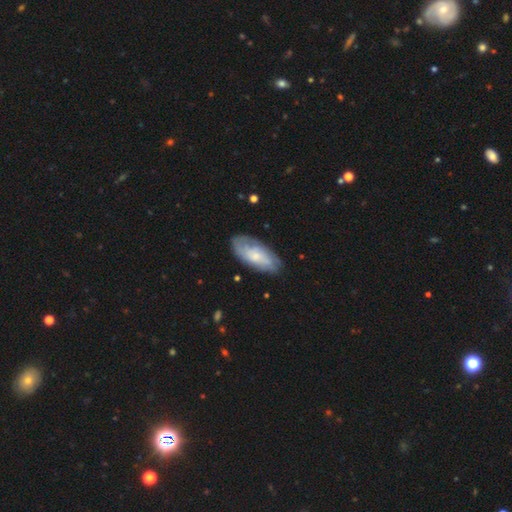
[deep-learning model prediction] Smooth or featured?
  - featured or disk: 51% *
  - smooth: 43%
  - star or artifact: 6%
Edge-on disk?
  - no: 89% *
  - yes: 11%
Merging?
  - none: 76% *
  - minor disturbance: 18%
  - major disturbance: 5%
  - merger: 1%